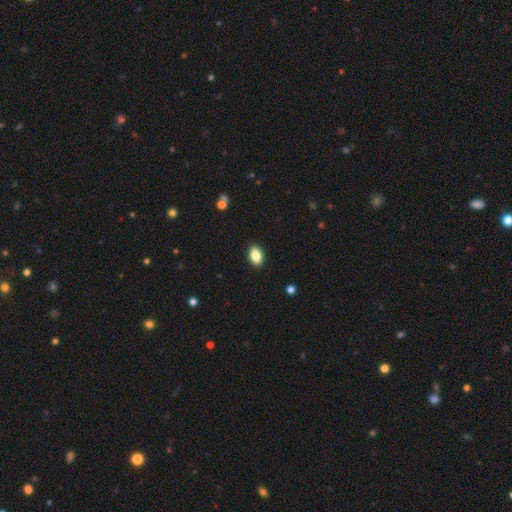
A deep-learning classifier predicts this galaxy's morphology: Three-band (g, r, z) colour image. It shows a smooth galaxy with no disk features (87%) that is in between round and cigar-shaped (88%). Merging: none (90%).